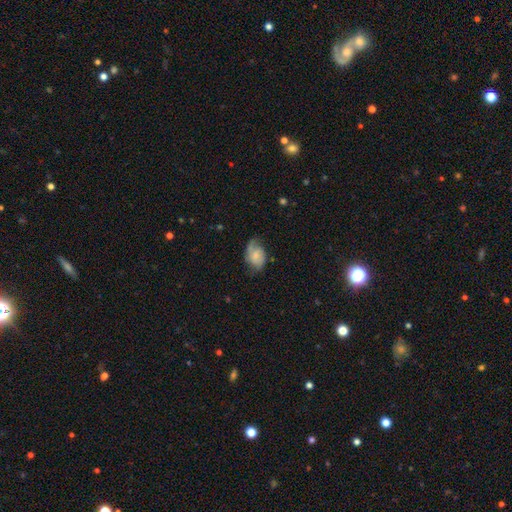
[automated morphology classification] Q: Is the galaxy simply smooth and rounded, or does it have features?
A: smooth — 48%.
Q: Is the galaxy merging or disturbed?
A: none — 49%.